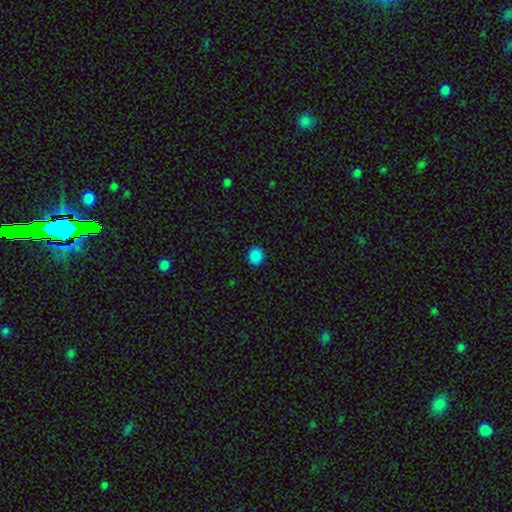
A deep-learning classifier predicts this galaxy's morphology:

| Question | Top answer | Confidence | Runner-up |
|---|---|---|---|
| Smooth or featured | smooth | 87% | star or artifact (11%) |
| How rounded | round | 78% | in between (21%) |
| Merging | none | 91% | minor disturbance (6%) |